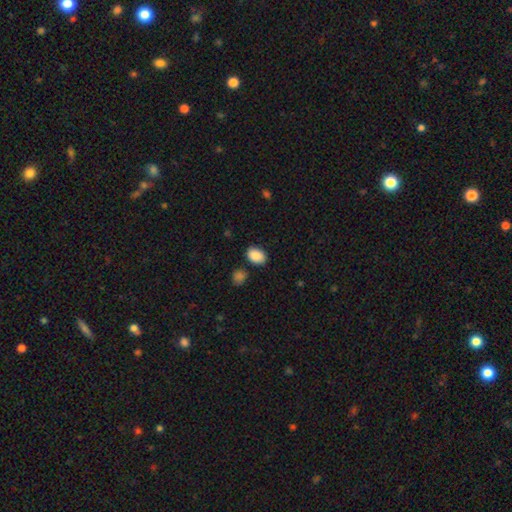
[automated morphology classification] Q: Smooth or featured?
A: smooth (89%); runner-up: star or artifact (8%)
Q: How rounded?
A: in between (76%); runner-up: round (23%)
Q: Merging?
A: none (82%); runner-up: minor disturbance (11%)